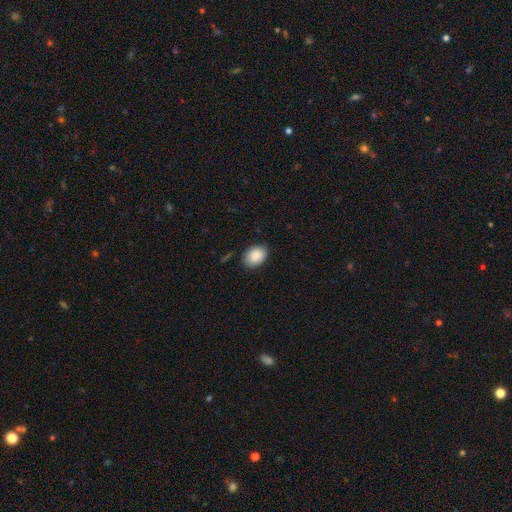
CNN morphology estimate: This appears to be a smooth galaxy with no disk features (89%) that is in between round and cigar-shaped (78%). Merging: none (83%).